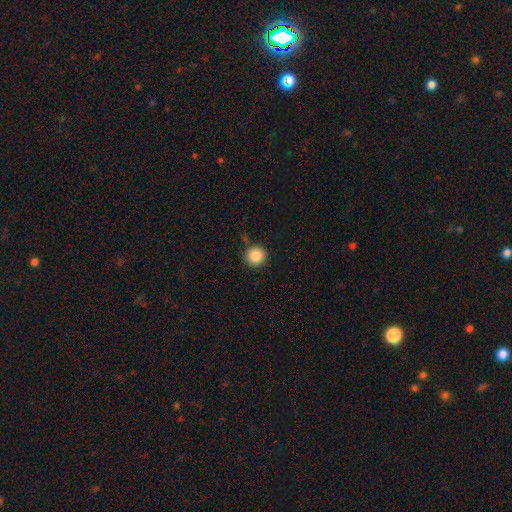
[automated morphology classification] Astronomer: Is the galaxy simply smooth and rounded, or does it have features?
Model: smooth — 86%.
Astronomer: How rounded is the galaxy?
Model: round — 95%.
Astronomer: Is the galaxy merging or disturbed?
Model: none — 83%.